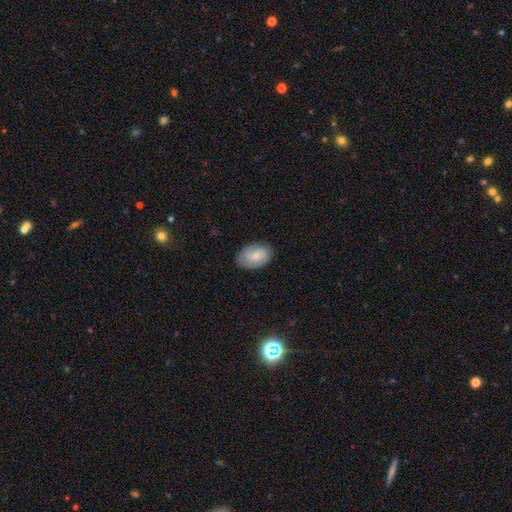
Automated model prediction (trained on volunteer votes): Smooth or featured? smooth (77%)
How rounded? in between (88%)
Merging? none (81%)